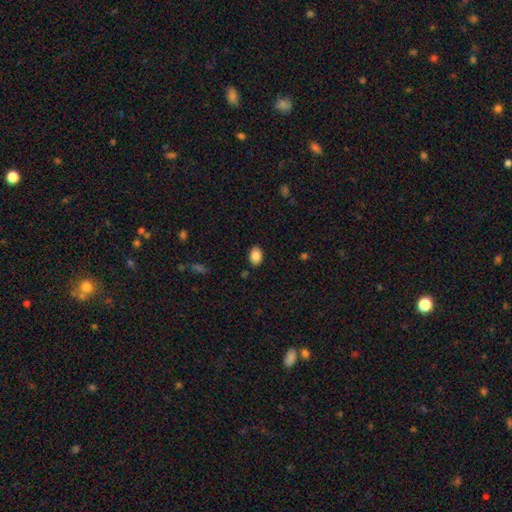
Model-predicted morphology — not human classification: Smooth or featured? Predicted: smooth (p=0.86). How rounded? Predicted: in between (p=0.79). Merging? Predicted: none (p=0.87).